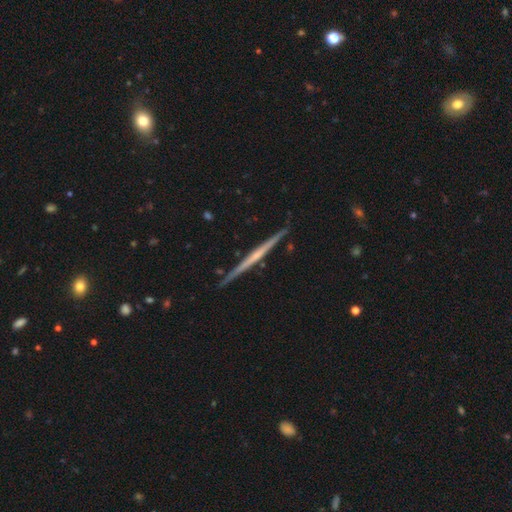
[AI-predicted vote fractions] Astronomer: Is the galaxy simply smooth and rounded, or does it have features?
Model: featured or disk — 72%.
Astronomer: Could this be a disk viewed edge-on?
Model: yes — 98%.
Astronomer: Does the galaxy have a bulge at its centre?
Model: none — 71%.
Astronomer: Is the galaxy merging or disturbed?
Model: none — 90%.